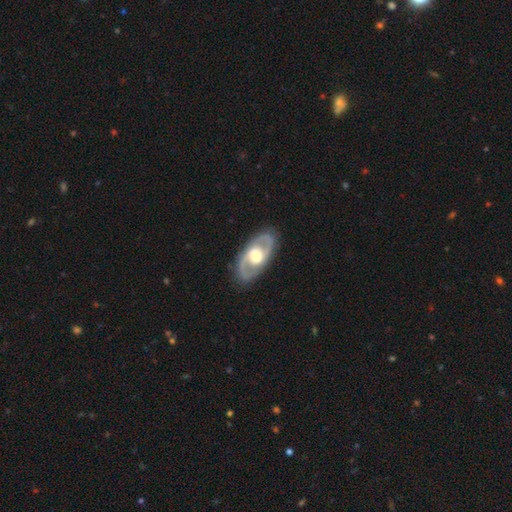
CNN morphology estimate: smooth-or-featured: featured or disk: 83% | smooth: 13% | star or artifact: 4%
  disk-edge-on: no: 94% | yes: 6%
    bar: no: 47% | weak: 36% | strong: 16%
    has-spiral-arms: yes: 83% | no: 17%
      spiral-winding: medium: 54% | tight: 29% | loose: 18%
      spiral-arm-count: 2: 91% | can't tell: 5% | 1: 1% | 3: 1% | 4: 1% | more than 4: 1%
    bulge-size: moderate: 61% | large: 28% | small: 9% | dominant: 2% | none: 1%
  merging: none: 87% | minor disturbance: 9% | major disturbance: 3% | merger: 1%